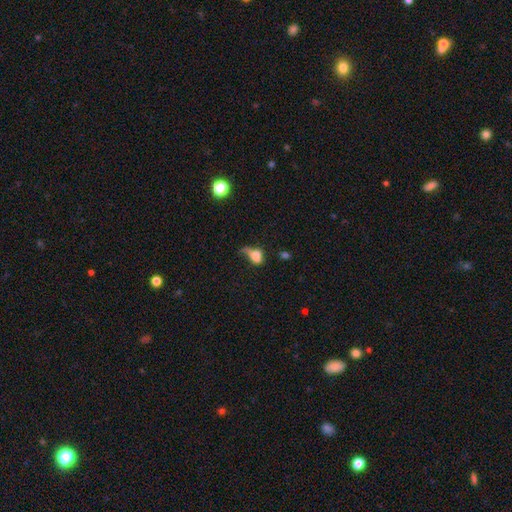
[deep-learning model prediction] The model was most divided on "merging": major disturbance: 48%, minor disturbance: 20%, none: 19%, merger: 13%. More confident: how rounded — in between (73%); smooth or featured — smooth (63%).